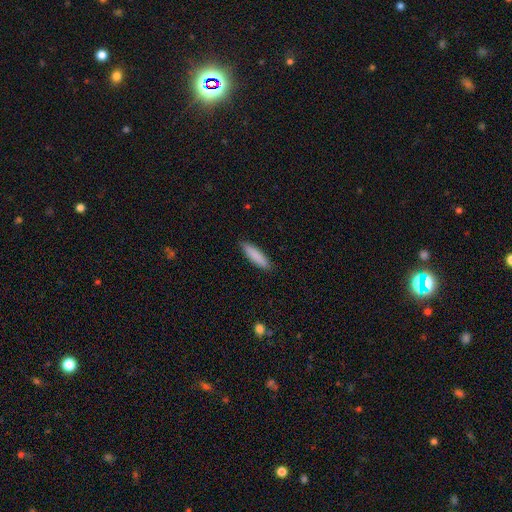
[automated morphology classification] Q: Smooth or featured?
A: smooth (87%); runner-up: featured or disk (7%)
Q: How rounded?
A: cigar-shaped (73%); runner-up: in between (25%)
Q: Merging?
A: none (88%); runner-up: minor disturbance (9%)